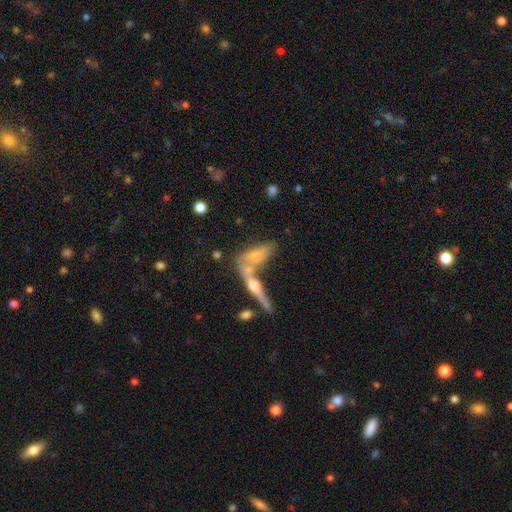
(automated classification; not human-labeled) This is possibly a smooth galaxy (53%). How rounded: possibly in between (58%). Merging: possibly merger (50%).